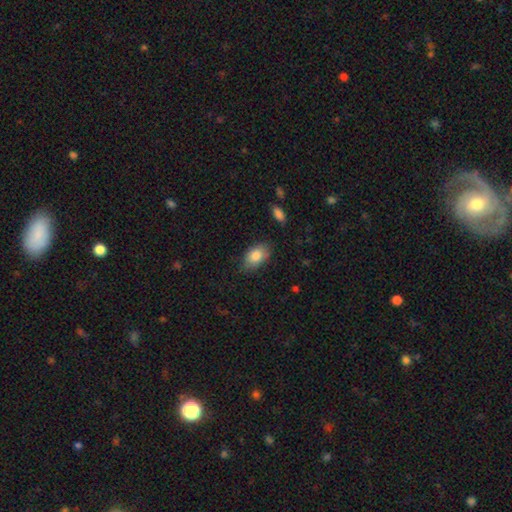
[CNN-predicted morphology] This appears to be a smooth galaxy with no disk features (83%) that is in between round and cigar-shaped (90%). Merging: none (74%).